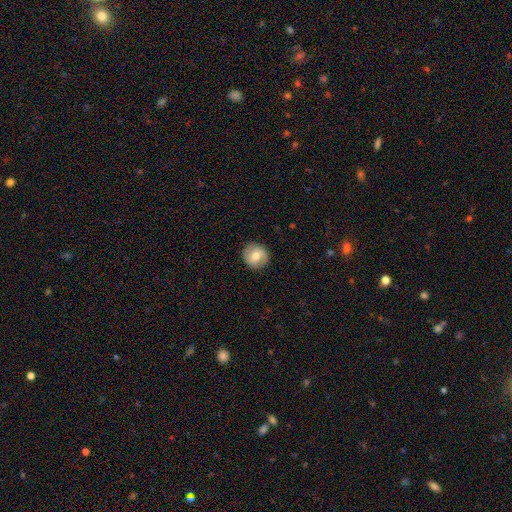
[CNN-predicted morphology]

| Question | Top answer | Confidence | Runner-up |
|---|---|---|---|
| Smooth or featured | smooth | 66% | featured or disk (26%) |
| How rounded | round | 90% | in between (9%) |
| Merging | none | 88% | minor disturbance (8%) |